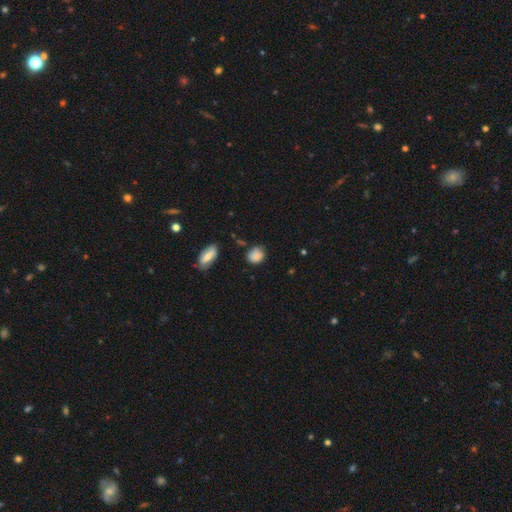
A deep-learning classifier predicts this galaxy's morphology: A smooth galaxy with no disk features (82%) that is round (64%).

Vote fractions:
- Smooth or featured? smooth: 82% / star or artifact: 9% / featured or disk: 8%
- How rounded? round: 64% / in between: 35% / cigar-shaped: 2%
- Merging? none: 60% / minor disturbance: 29% / major disturbance: 7% / merger: 4%